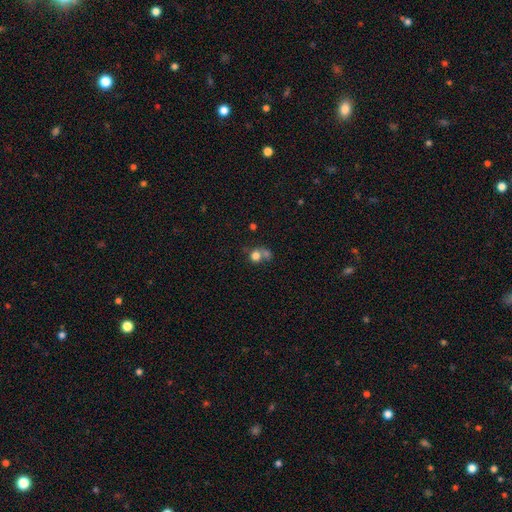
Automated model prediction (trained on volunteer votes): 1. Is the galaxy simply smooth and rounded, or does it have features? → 74% smooth, 13% featured or disk, 12% star or artifact.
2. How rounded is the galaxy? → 80% round, 19% in between, 1% cigar-shaped.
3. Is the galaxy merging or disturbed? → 48% merger, 36% none, 10% minor disturbance, 6% major disturbance.